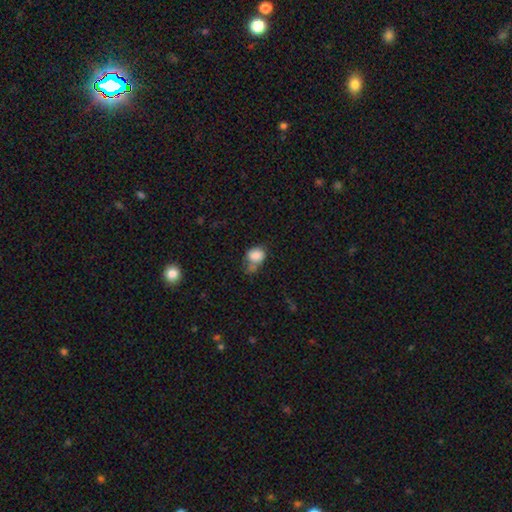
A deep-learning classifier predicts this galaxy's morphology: Overall: smooth (83%). How rounded: in between (50%; round 49%). Merging: none (33%; minor disturbance 29%).